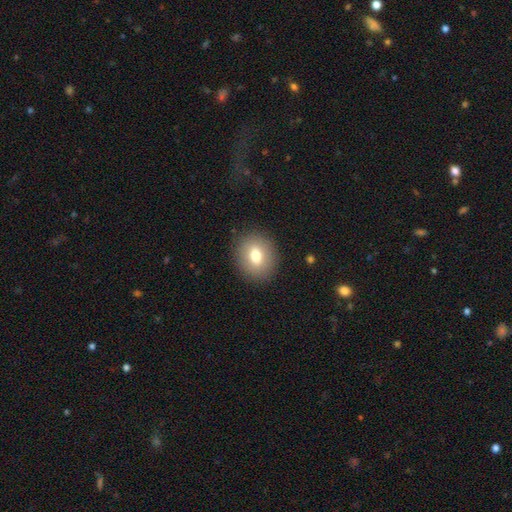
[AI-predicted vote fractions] Overall: smooth (73%). How rounded: round (62%; in between 37%). Merging: none (88%).